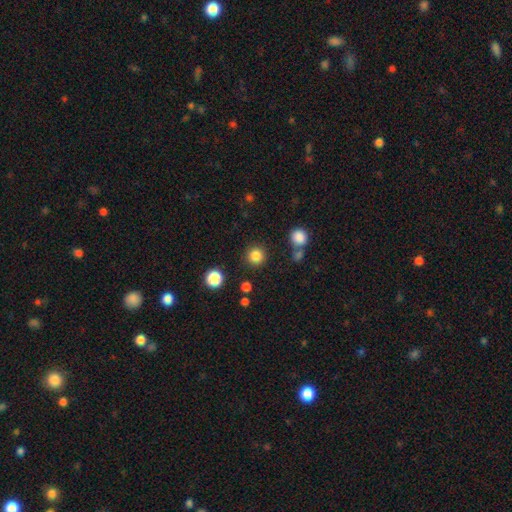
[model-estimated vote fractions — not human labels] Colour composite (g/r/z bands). It shows a smooth galaxy with no disk features (84%) that is round (94%). Merging: none (87%).